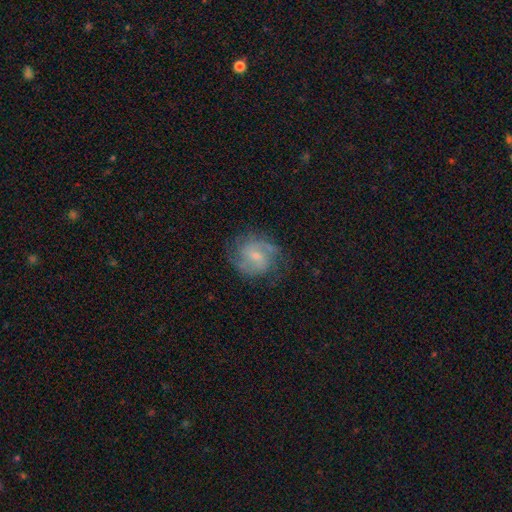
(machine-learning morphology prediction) Smooth or featured: featured or disk — 78% (smooth — 16%)
Edge-on disk: no — 98% (yes — 2%)
Bar: weak — 48% (no — 41%)
Spiral arms: yes — 94% (no — 6%)
Spiral winding: medium — 49% (tight — 34%)
Spiral arm count: 2 — 55% (can't tell — 19%)
Bulge size: small — 66% (moderate — 28%)
Merging: none — 73% (minor disturbance — 17%)